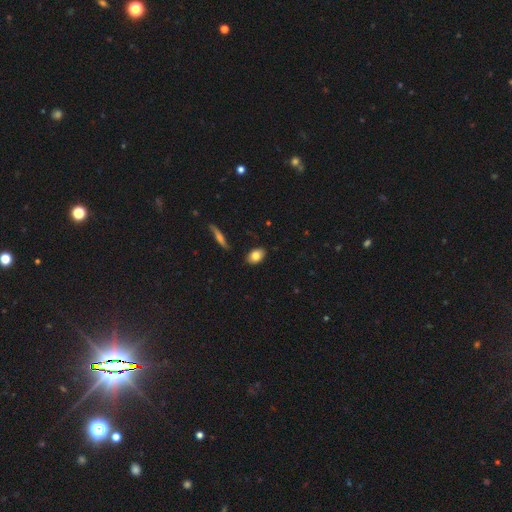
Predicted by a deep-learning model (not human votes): Smooth or featured?
  - smooth: 81% *
  - featured or disk: 11%
  - star or artifact: 7%
How rounded?
  - in between: 85% *
  - round: 12%
  - cigar-shaped: 3%
Merging?
  - none: 86% *
  - minor disturbance: 11%
  - major disturbance: 2%
  - merger: 2%